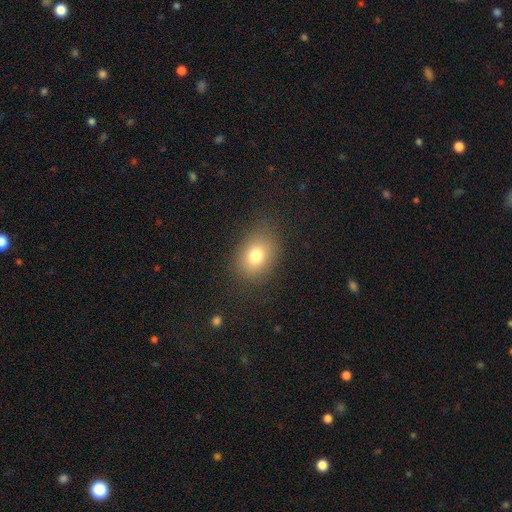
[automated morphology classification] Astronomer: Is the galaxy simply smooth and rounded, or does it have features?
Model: smooth — 77%.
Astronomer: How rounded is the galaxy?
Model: in between — 60% (runner-up: round, 39%).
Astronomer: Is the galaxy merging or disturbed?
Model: none — 82%.